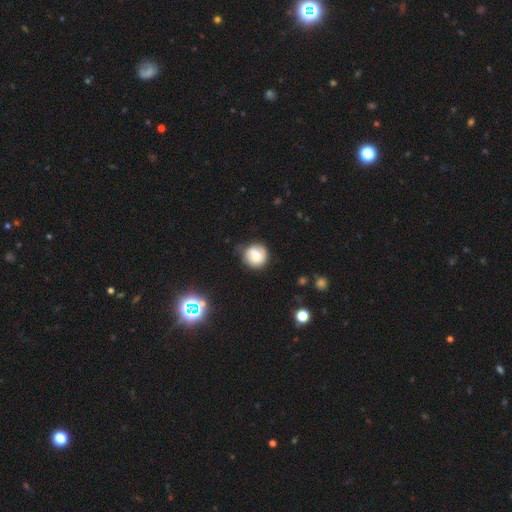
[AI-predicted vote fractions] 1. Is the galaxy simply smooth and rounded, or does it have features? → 65% smooth, 26% featured or disk, 10% star or artifact.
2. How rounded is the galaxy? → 91% round, 8% in between, 1% cigar-shaped.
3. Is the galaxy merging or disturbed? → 71% none, 22% minor disturbance, 5% major disturbance, 2% merger.